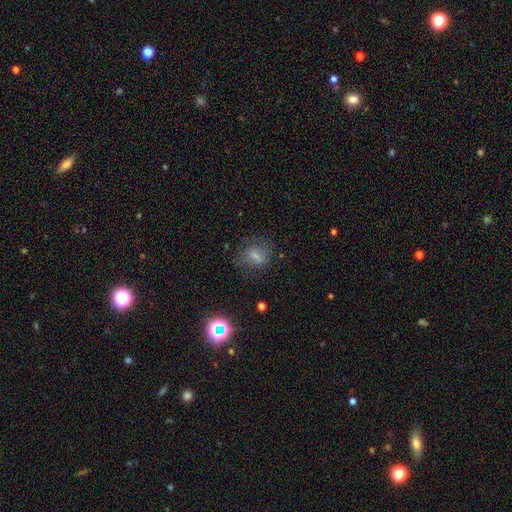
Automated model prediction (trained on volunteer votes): smooth-or-featured: smooth: 64% | featured or disk: 19% | star or artifact: 17%
  how-rounded: in between: 54% | round: 40% | cigar-shaped: 6%
  merging: none: 67% | minor disturbance: 19% | major disturbance: 11% | merger: 3%